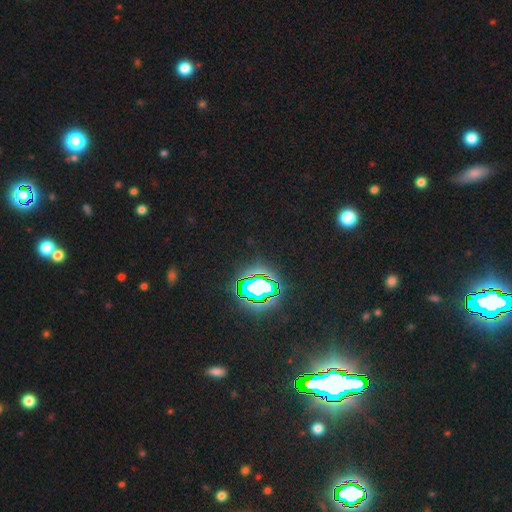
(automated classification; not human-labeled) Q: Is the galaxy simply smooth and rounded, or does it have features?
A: star or artifact — 83%.